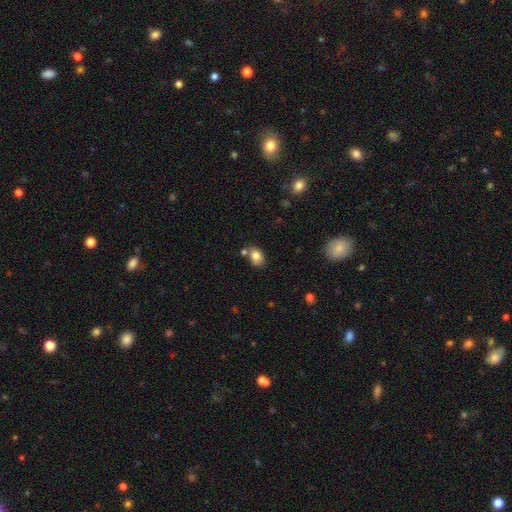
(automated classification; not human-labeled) The model was most divided on "merging": none: 55%, merger: 22%, minor disturbance: 18%, major disturbance: 5%. More confident: smooth or featured — smooth (80%); how rounded — in between (74%).